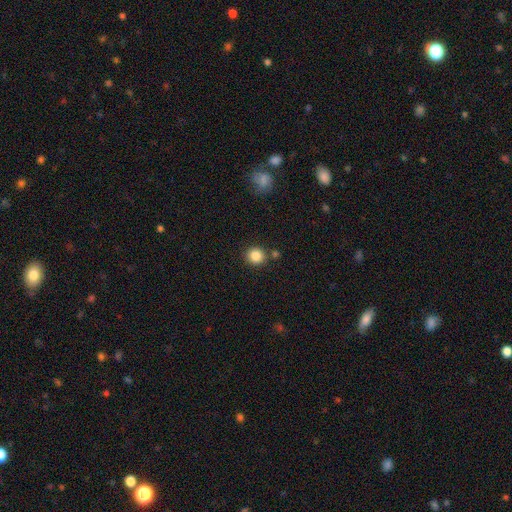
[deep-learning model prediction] smooth-or-featured: smooth: 85% | star or artifact: 10% | featured or disk: 4%
  how-rounded: round: 89% | in between: 10% | cigar-shaped: 1%
  merging: none: 82% | minor disturbance: 8% | merger: 7% | major disturbance: 2%